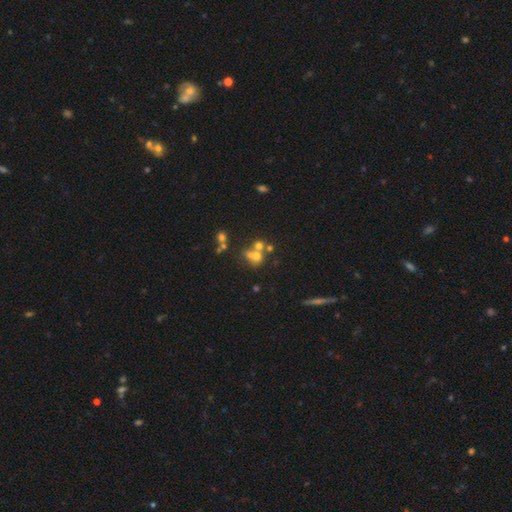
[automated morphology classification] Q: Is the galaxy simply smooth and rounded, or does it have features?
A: smooth — 55%.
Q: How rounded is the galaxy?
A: round — 75%.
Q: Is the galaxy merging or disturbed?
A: merger — 50%.